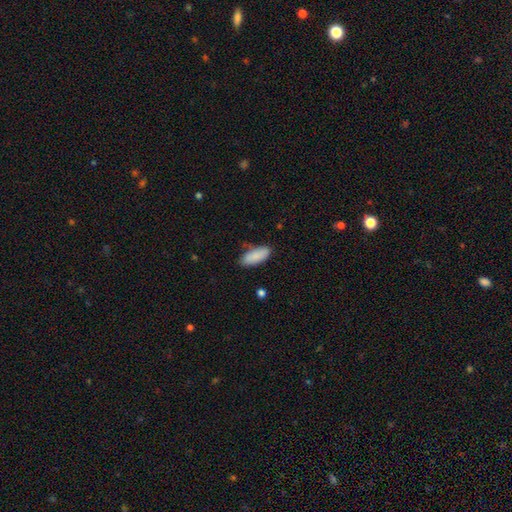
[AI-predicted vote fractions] A smooth galaxy with no disk features (87%) that is in between round and cigar-shaped (84%). Merging: none (76%).